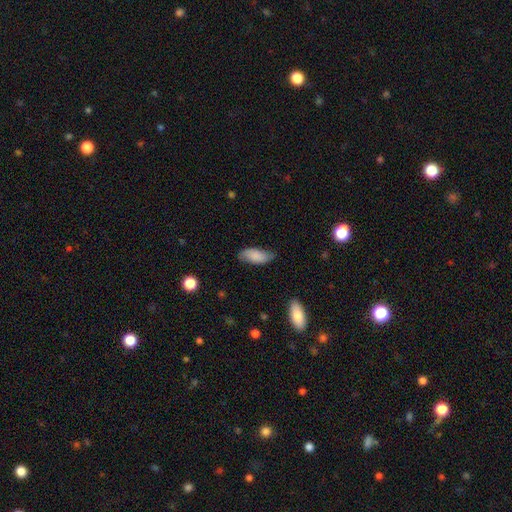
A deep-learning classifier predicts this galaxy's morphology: This is likely a smooth galaxy (79%). How rounded: clearly in between (86%). Merging: likely none (71%).